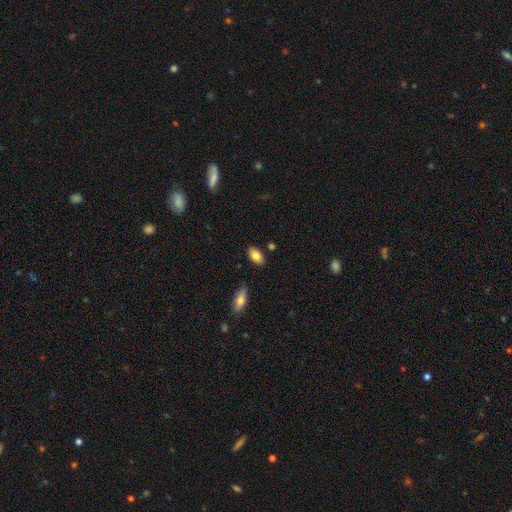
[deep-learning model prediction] This appears to be a smooth galaxy with no disk features (84%) that is in between round and cigar-shaped (92%). Merging: none (84%).